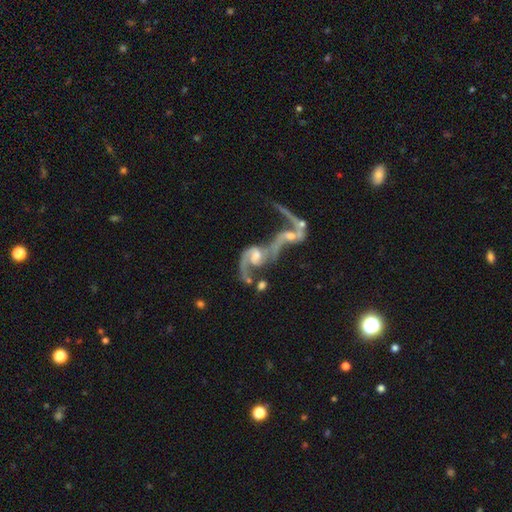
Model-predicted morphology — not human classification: Smooth or featured? featured or disk (80%)
Edge-on disk? no (95%)
Bar? no (57%)
Spiral arms? yes (83%)
Spiral winding? loose (68%)
Spiral arm count? 2 (67%)
Bulge size? moderate (46%)
Merging? merger (70%)